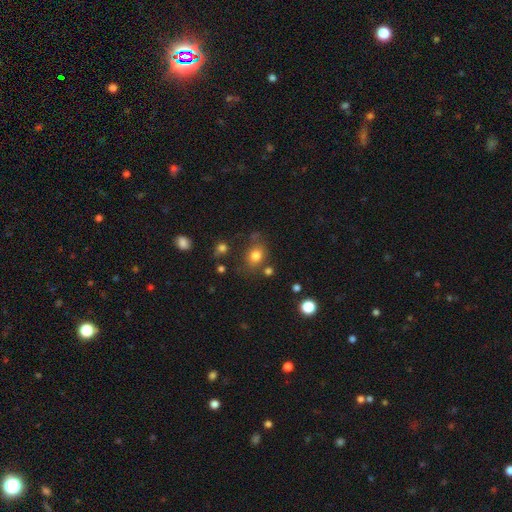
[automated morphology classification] This appears to be a smooth galaxy with no disk features (79%) that is round (53%). Merging: none (72%).